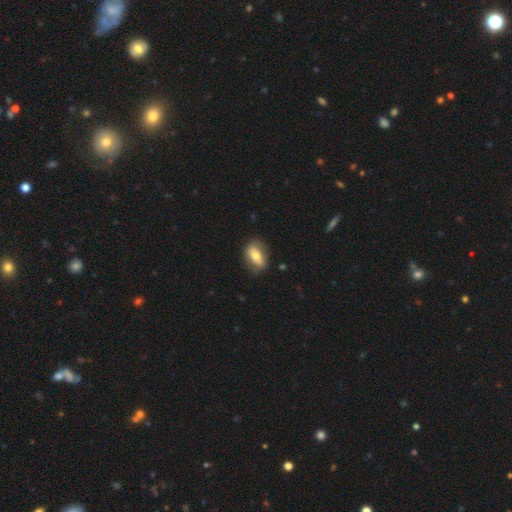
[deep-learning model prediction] smooth-or-featured: smooth: 62% | featured or disk: 32% | star or artifact: 7%
  how-rounded: in between: 84% | round: 12% | cigar-shaped: 4%
  merging: none: 75% | minor disturbance: 18% | major disturbance: 5% | merger: 1%